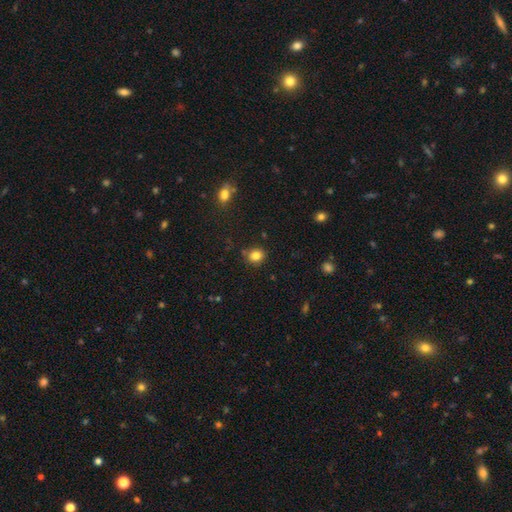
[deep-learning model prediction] Smooth or featured? Predicted: smooth (p=0.83). How rounded? Predicted: round (p=0.78). Merging? Predicted: none (p=0.84).